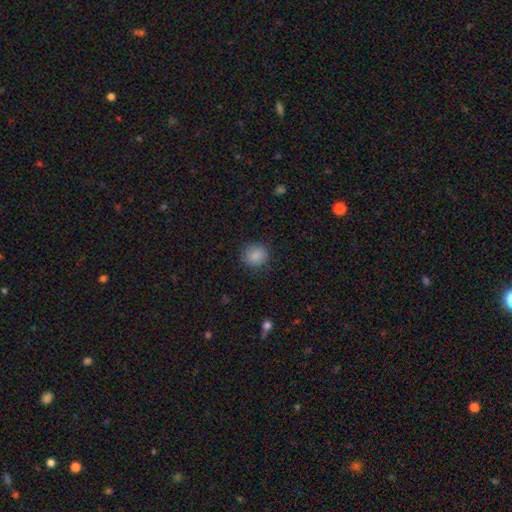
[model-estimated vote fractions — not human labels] Smooth or featured? Predicted: smooth (p=0.88). How rounded? Predicted: round (p=0.85). Merging? Predicted: none (p=0.87).